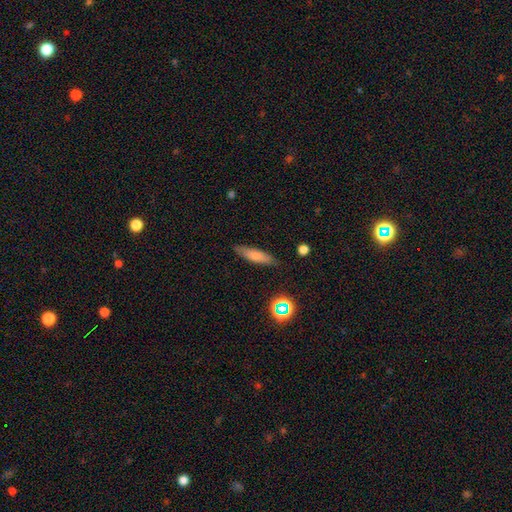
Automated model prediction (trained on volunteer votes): Smooth or featured?
  - smooth: 69% *
  - featured or disk: 22%
  - star or artifact: 9%
How rounded?
  - cigar-shaped: 70% *
  - in between: 28%
  - round: 2%
Merging?
  - none: 83% *
  - minor disturbance: 13%
  - major disturbance: 3%
  - merger: 2%